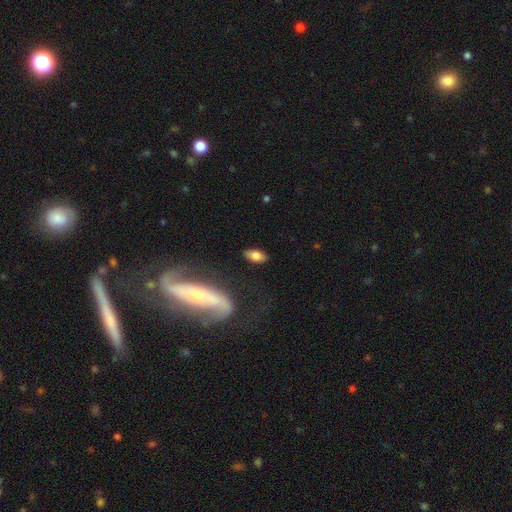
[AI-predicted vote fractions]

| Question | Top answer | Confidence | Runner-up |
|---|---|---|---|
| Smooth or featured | smooth | 74% | featured or disk (18%) |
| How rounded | in between | 88% | cigar-shaped (8%) |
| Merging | none | 83% | minor disturbance (11%) |